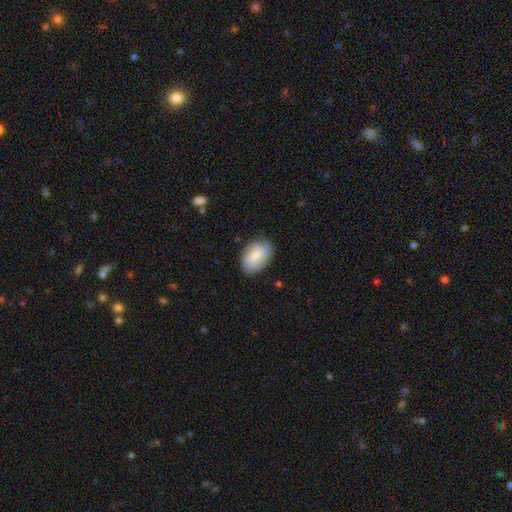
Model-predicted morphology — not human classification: Smooth or featured? Predicted: smooth (p=0.62). How rounded? Predicted: in between (p=0.86). Merging? Predicted: none (p=0.76).